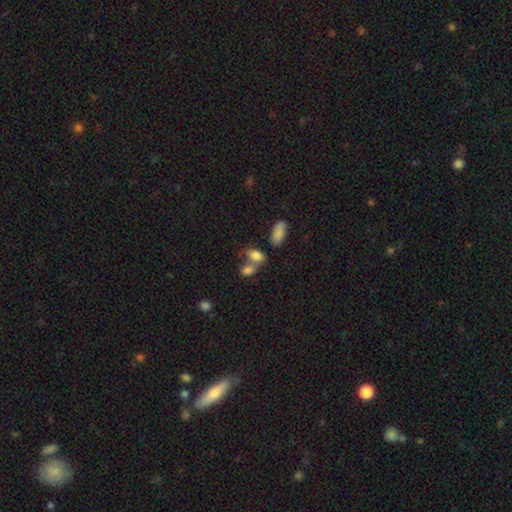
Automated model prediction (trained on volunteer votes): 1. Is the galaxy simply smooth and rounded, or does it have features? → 79% smooth, 11% featured or disk, 11% star or artifact.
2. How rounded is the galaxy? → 84% in between, 13% round, 3% cigar-shaped.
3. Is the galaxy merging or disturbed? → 48% merger, 35% none, 11% minor disturbance, 6% major disturbance.